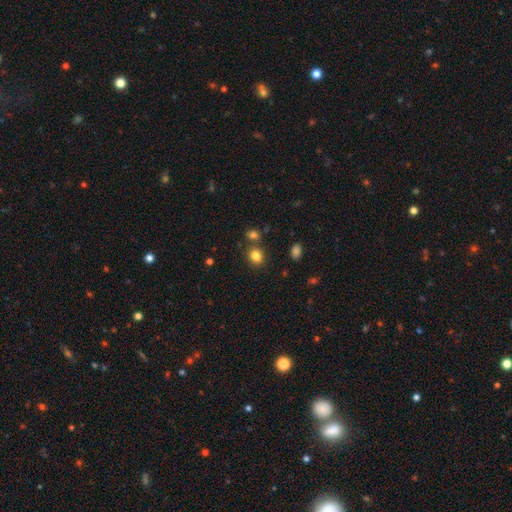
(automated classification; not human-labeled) Overall: smooth (82%). How rounded: round (60%; in between 39%). Merging: none (75%).